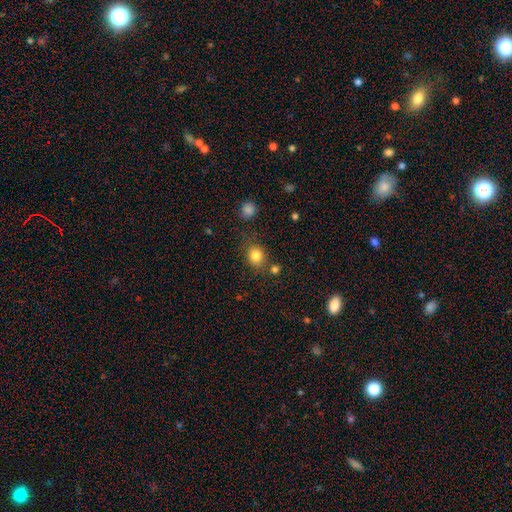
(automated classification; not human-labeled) smooth 82%, star or artifact 11%, featured or disk 7%. Down the decision tree: how rounded — round (65%); merging — none (73%).